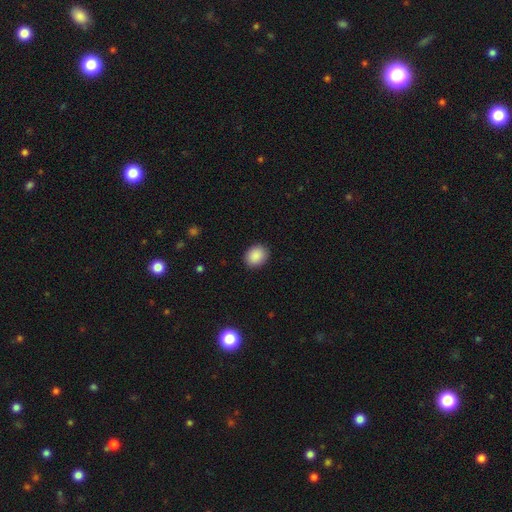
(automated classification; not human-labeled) This appears to be a smooth galaxy with no disk features (89%) that is round (55%). Merging: none (89%).